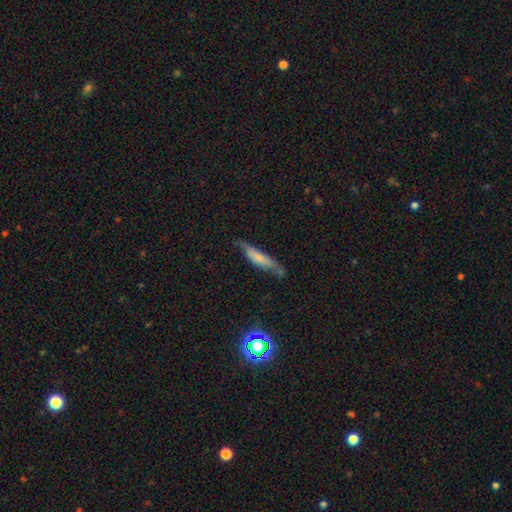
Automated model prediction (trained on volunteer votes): Smooth or featured? featured or disk (45%)
Merging? none (69%)